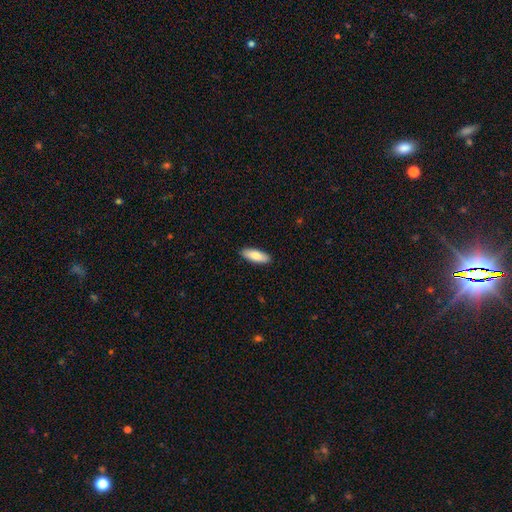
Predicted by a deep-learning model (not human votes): smooth-or-featured: smooth: 82% | featured or disk: 12% | star or artifact: 5%
  how-rounded: in between: 67% | cigar-shaped: 31% | round: 2%
  merging: none: 90% | minor disturbance: 7% | major disturbance: 1% | merger: 1%